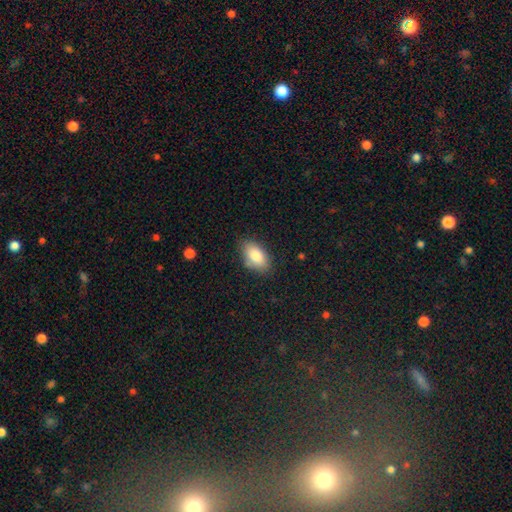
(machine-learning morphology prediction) This is clearly a smooth galaxy (85%). How rounded: clearly in between (93%). Merging: likely none (79%).